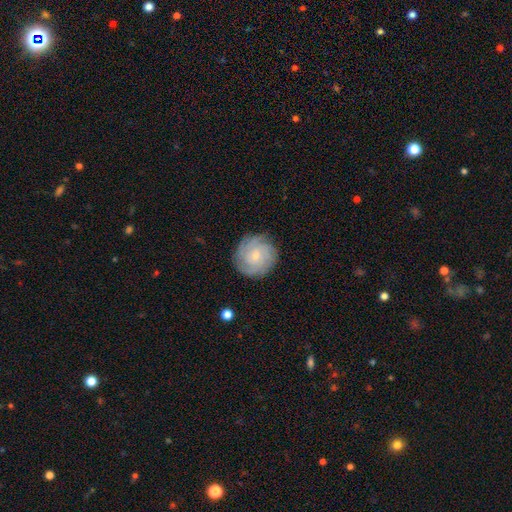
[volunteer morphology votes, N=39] This is likely a featured or disk galaxy (79%). It is clearly not viewed edge-on (97%). Bar: clearly no (80%). Spiral arm pattern: clearly yes (97%). Spiral arm count: marginally more than 4 (34%, tied with can't tell). Spiral winding: possibly tight (59%). Central bulge: likely small (73%). Merging: likely none (73%).